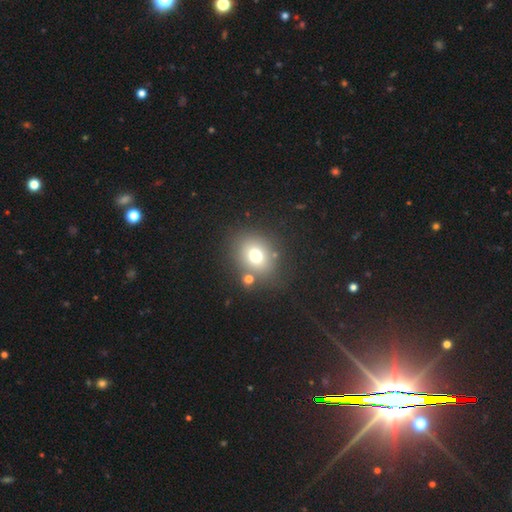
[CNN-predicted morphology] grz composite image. It shows a smooth galaxy with no disk features (72%) that is round (59%). Merging: none (74%).